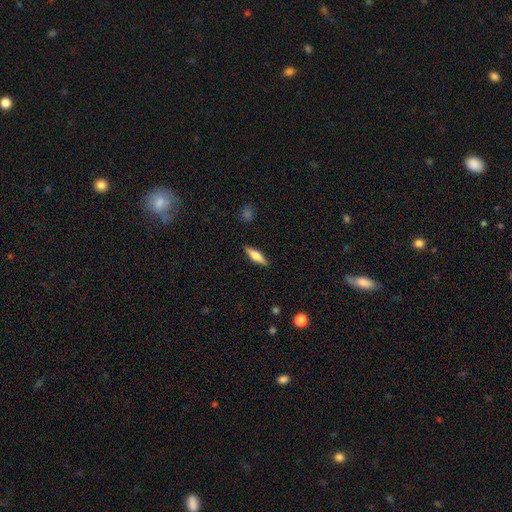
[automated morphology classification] type=smooth (53%); roundness=cigar-shaped (57%); merging=none (89%).